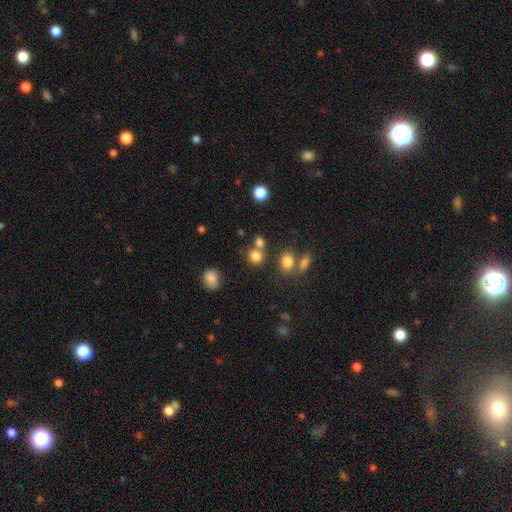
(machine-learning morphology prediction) smooth_or_featured: smooth (p=0.78) [alt: star or artifact p=0.15]
how_rounded: round (p=0.80) [alt: in between p=0.19]
merging: none (p=0.59) [alt: merger p=0.27]